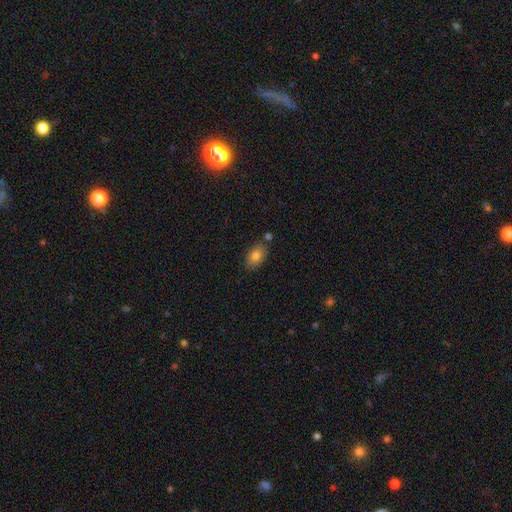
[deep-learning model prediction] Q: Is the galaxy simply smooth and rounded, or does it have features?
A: smooth — 81%.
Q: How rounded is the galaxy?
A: in between — 89%.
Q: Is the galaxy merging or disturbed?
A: none — 77%.